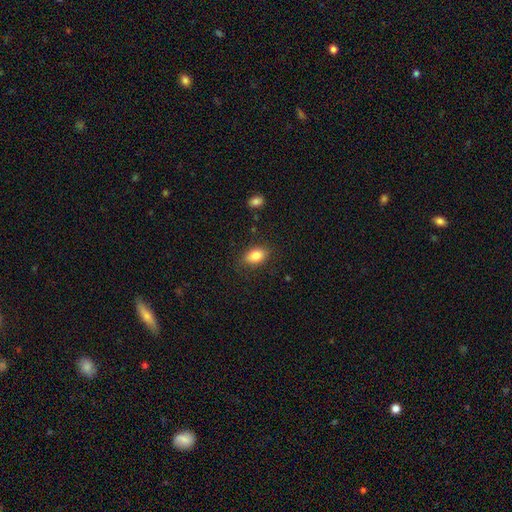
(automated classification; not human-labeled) Morphology: type=smooth (83%); roundness=in between (86%); merging=none (84%).